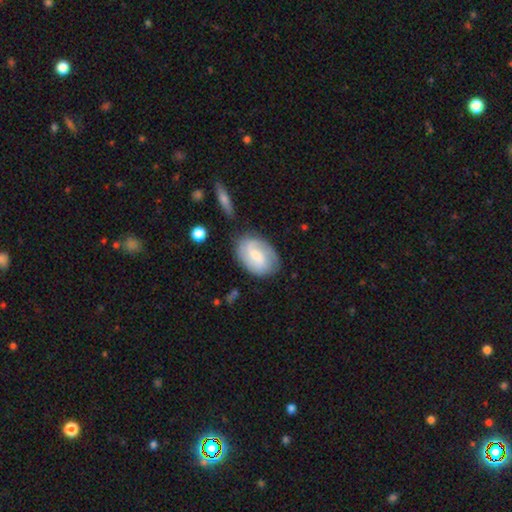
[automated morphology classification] Overall: featured or disk (59%; smooth 35%). Edge-on disk: no (96%). Bar: weak (55%; no 29%). Spiral arms: yes (89%). Spiral arm count: 2 (69%). Spiral winding: medium (44%; tight 33%). Bulge size: small (43%; moderate 40%). Merging: none (74%).